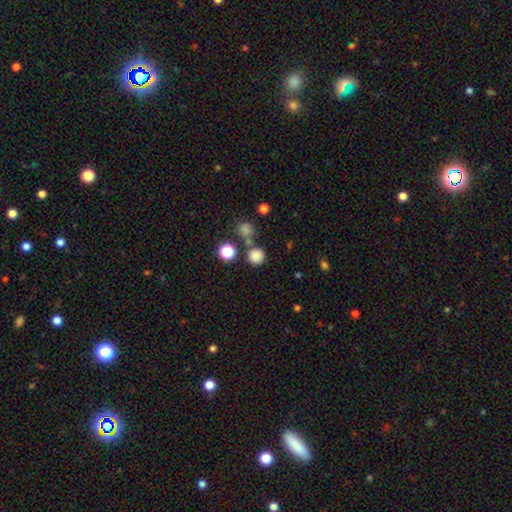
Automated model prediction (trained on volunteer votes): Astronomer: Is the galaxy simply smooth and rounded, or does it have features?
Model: smooth — 81%.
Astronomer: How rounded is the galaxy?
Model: round — 93%.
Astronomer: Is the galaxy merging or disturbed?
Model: none — 75%.